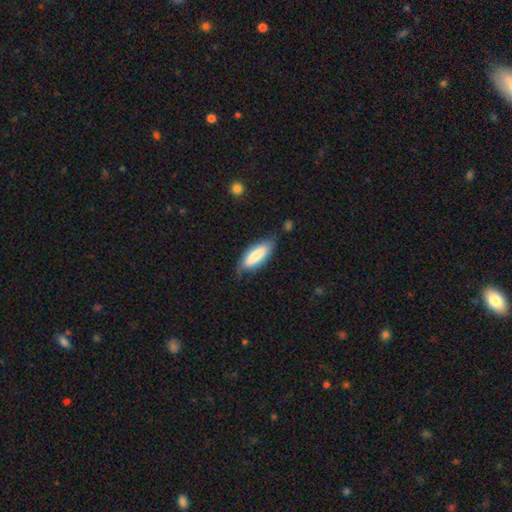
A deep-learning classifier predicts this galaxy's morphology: type=smooth (79%); roundness=in between (65%); merging=none (67%).